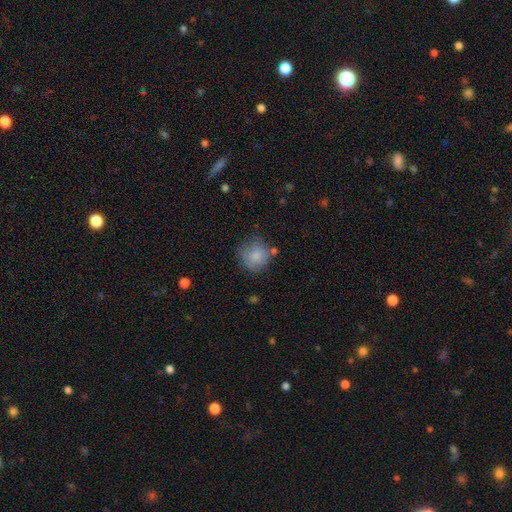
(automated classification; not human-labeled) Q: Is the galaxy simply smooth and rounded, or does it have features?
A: smooth — 82%.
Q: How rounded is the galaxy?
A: round — 87%.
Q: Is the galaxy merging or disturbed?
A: none — 66%.